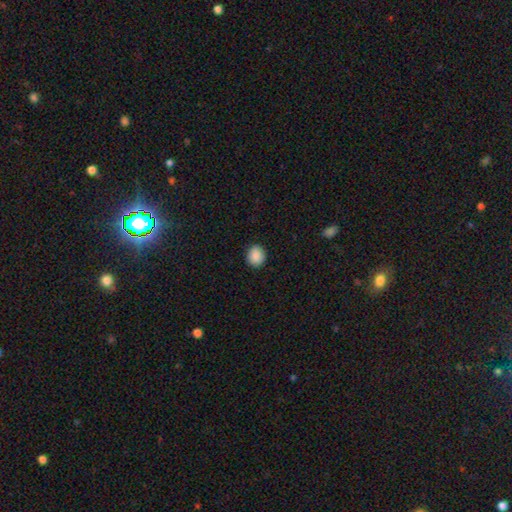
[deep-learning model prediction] Overall: smooth (89%). How rounded: round (70%). Merging: none (89%).